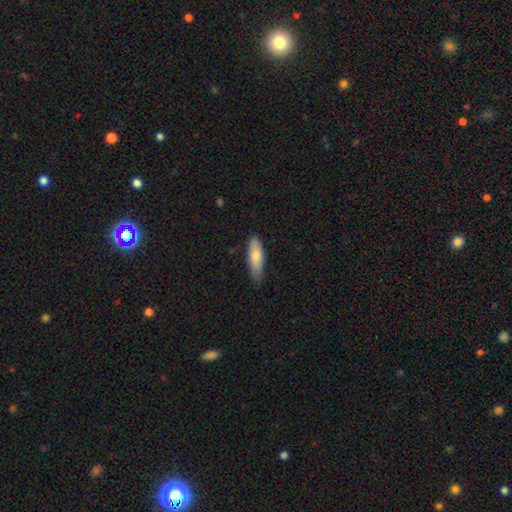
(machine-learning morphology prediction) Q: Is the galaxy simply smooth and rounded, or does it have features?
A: smooth — 78%.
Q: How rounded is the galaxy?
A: in between — 50%.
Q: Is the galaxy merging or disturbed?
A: none — 72%.